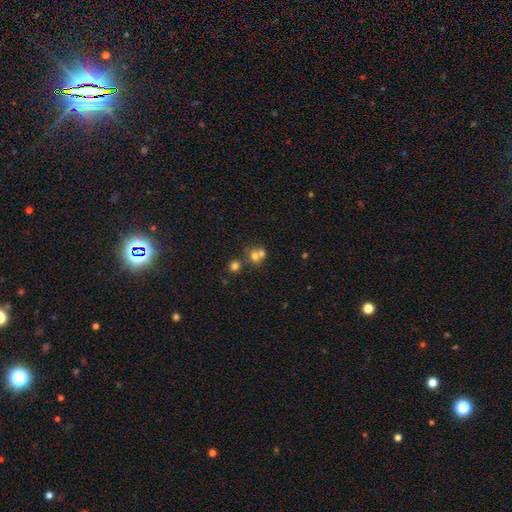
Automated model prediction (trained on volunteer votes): smooth-or-featured: smooth: 67% | featured or disk: 17% | star or artifact: 16%
  how-rounded: round: 81% | in between: 18% | cigar-shaped: 1%
  merging: merger: 50% | none: 40% | minor disturbance: 6% | major disturbance: 3%